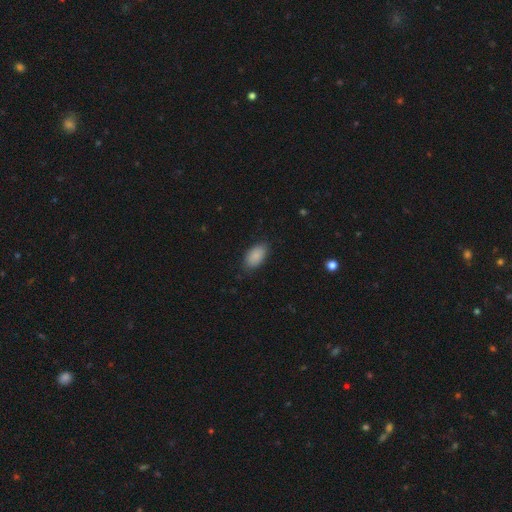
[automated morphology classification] A smooth galaxy with no disk features (88%) that is in between round and cigar-shaped (94%). Merging: none (83%).